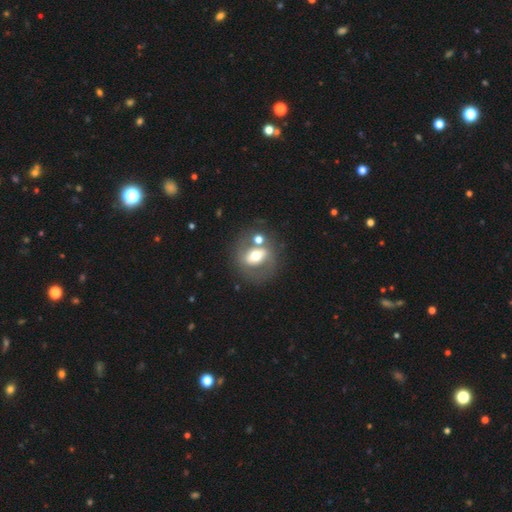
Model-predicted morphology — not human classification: A featured or disk galaxy (55%) with a strong bar (38%), no spiral arms (65%) and a moderate central bulge (65%).

Vote fractions:
- Smooth or featured? featured or disk: 55% / smooth: 37% / star or artifact: 8%
- Edge-on disk? no: 92% / yes: 8%
- Bar? strong: 38% / no: 33% / weak: 29%
- Spiral arms? no: 65% / yes: 35%
- Bulge size? moderate: 65% / large: 21% / small: 10% / dominant: 3% / none: 1%
- Merging? none: 57% / merger: 21% / minor disturbance: 14% / major disturbance: 9%